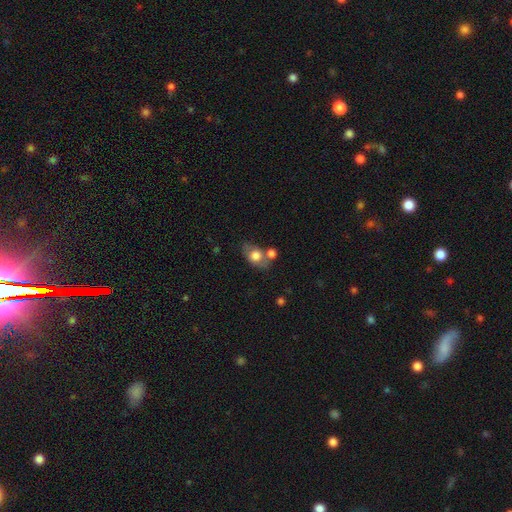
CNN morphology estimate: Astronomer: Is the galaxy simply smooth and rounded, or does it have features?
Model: smooth — 70%.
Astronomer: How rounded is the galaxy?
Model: in between — 71%.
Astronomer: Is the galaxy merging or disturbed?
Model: none — 52%.